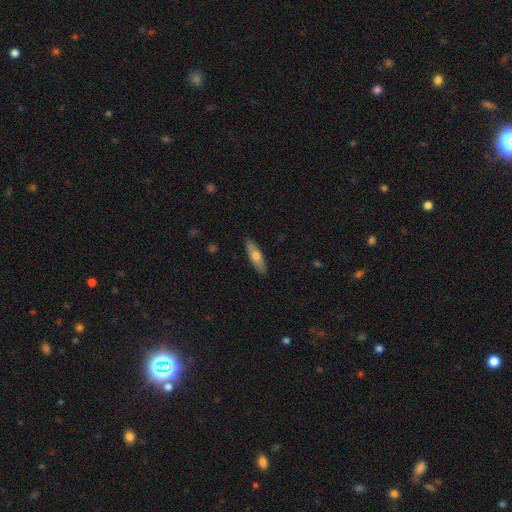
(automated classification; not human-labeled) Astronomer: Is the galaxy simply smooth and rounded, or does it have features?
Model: smooth — 67%.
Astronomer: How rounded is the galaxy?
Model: cigar-shaped — 57% (runner-up: in between, 41%).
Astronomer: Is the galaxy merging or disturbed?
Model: none — 89%.